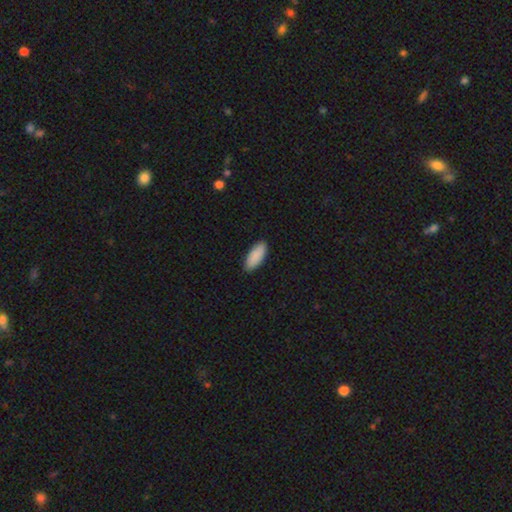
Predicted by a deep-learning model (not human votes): Q: Smooth or featured?
A: smooth (91%); runner-up: star or artifact (5%)
Q: How rounded?
A: in between (82%); runner-up: cigar-shaped (16%)
Q: Merging?
A: none (89%); runner-up: minor disturbance (9%)